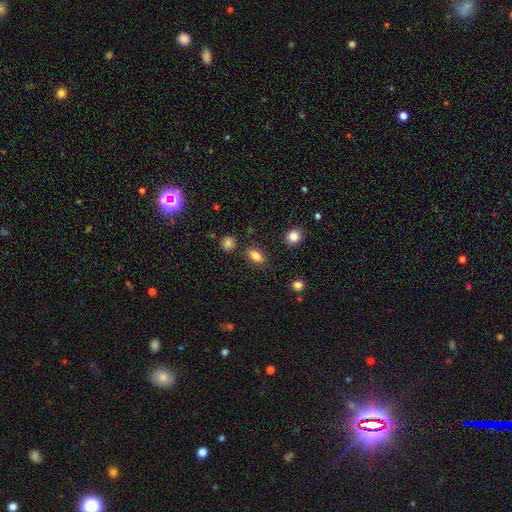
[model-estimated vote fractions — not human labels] Morphology: type=smooth (78%); roundness=in between (81%); merging=none (84%).